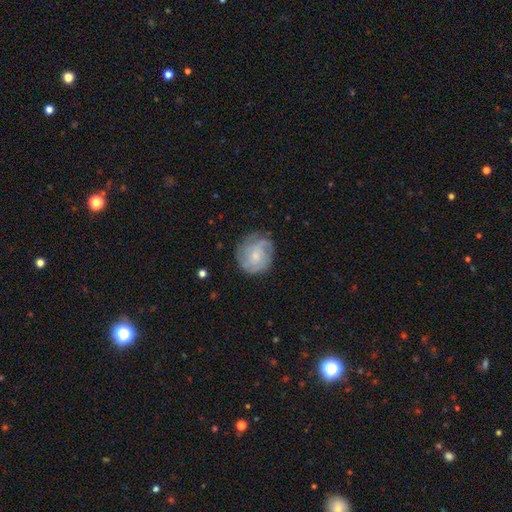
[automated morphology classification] This appears to be a featured or disk galaxy (68%) with no bar (71%), tight (58%) spiral arms (90%) and a small central bulge (53%). Merging: none (72%).